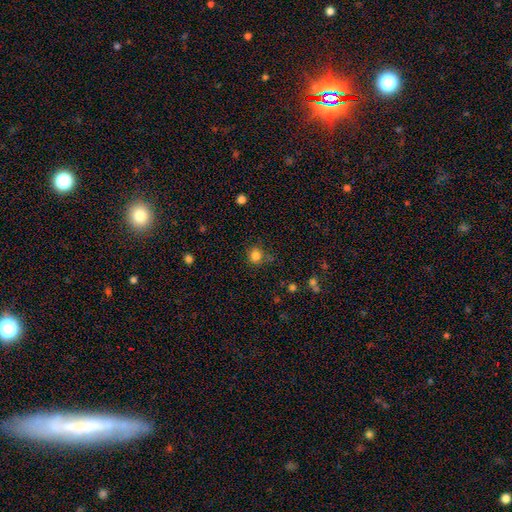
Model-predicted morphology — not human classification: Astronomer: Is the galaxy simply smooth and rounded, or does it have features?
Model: smooth — 83%.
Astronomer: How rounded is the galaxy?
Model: round — 89%.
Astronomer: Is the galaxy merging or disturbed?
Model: none — 77%.